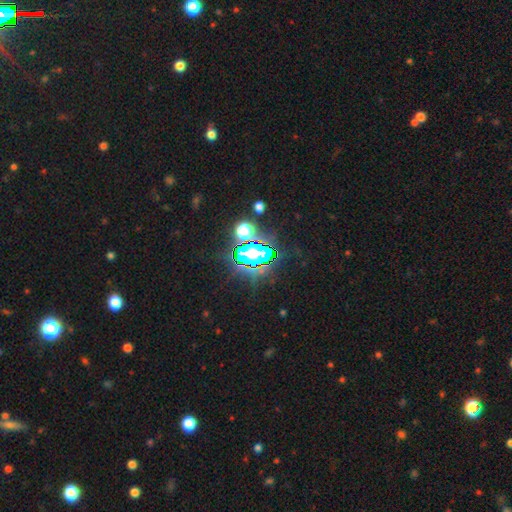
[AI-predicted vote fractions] A star or artifact, not a galaxy (78%).

Vote fractions:
- Smooth or featured? star or artifact: 78% / smooth: 13% / featured or disk: 9%